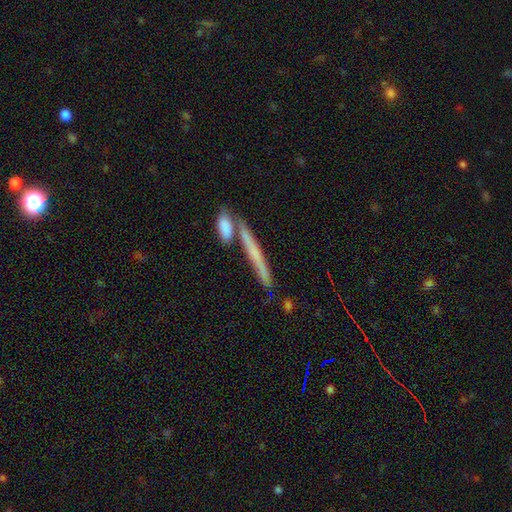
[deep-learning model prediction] Smooth or featured?
  - smooth: 52% *
  - featured or disk: 41%
  - star or artifact: 8%
How rounded?
  - cigar-shaped: 92% *
  - in between: 5%
  - round: 3%
Merging?
  - none: 67% *
  - merger: 19%
  - minor disturbance: 10%
  - major disturbance: 4%